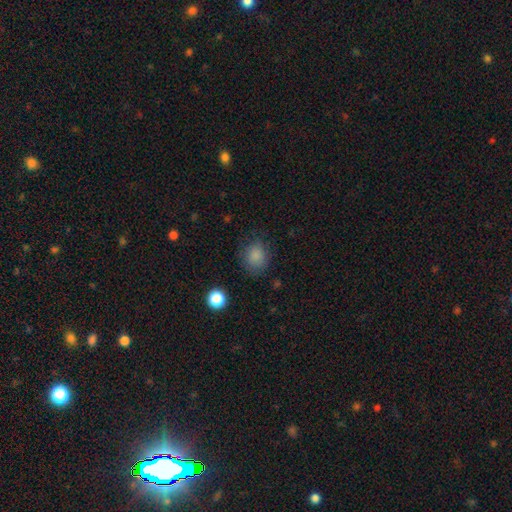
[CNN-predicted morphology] Smooth or featured?
  - smooth: 84% *
  - star or artifact: 11%
  - featured or disk: 5%
How rounded?
  - round: 69% *
  - in between: 30%
  - cigar-shaped: 1%
Merging?
  - none: 77% *
  - minor disturbance: 16%
  - major disturbance: 6%
  - merger: 1%